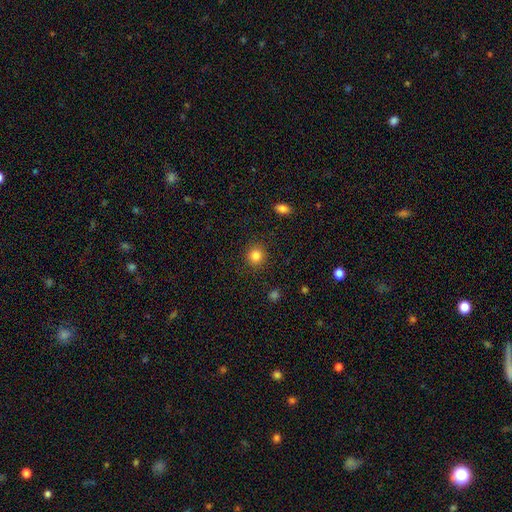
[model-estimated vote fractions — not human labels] The model was most divided on "smooth or featured": smooth: 84%, star or artifact: 11%, featured or disk: 5%. More confident: merging — none (90%); how rounded — round (88%).